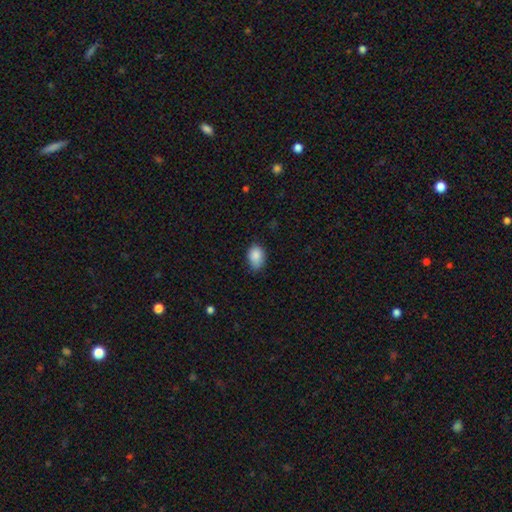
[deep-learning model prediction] Overall: smooth (87%). How rounded: in between (78%). Merging: none (66%; minor disturbance 28%).